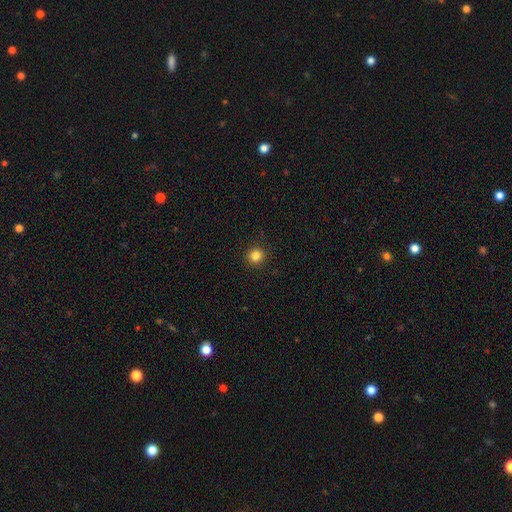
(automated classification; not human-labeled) smooth_or_featured: smooth (p=0.84) [alt: star or artifact p=0.12]
how_rounded: round (p=0.94) [alt: in between p=0.05]
merging: none (p=0.92) [alt: minor disturbance p=0.05]